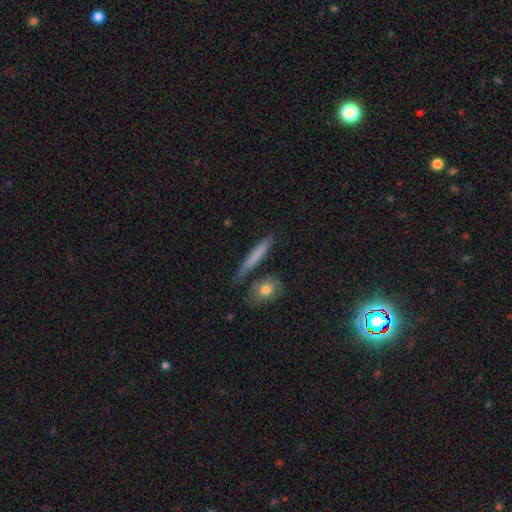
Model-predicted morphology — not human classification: A smooth galaxy with no disk features (67%) that is cigar-shaped (91%).

Vote fractions:
- Smooth or featured? smooth: 67% / featured or disk: 27% / star or artifact: 6%
- How rounded? cigar-shaped: 91% / in between: 6% / round: 3%
- Merging? none: 82% / minor disturbance: 10% / merger: 6% / major disturbance: 2%